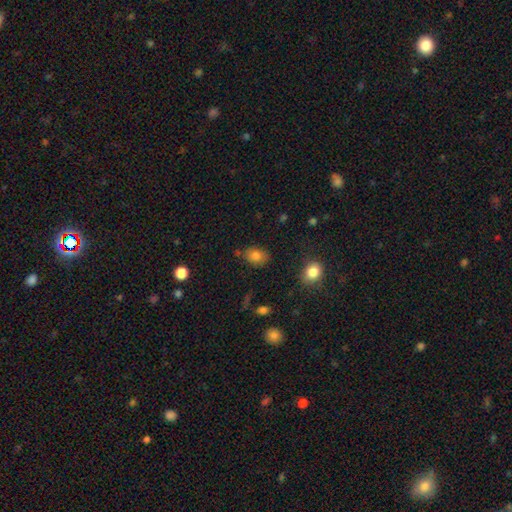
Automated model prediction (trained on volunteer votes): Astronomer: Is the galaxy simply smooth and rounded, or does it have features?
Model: smooth — 81%.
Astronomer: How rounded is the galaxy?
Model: in between — 68%.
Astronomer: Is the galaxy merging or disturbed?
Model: none — 78%.